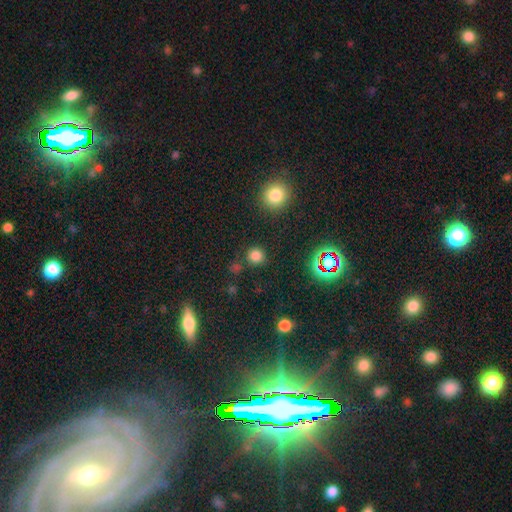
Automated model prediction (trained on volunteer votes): smooth-or-featured: smooth: 77% | star or artifact: 19% | featured or disk: 4%
  how-rounded: round: 92% | in between: 7% | cigar-shaped: 1%
  merging: none: 85% | minor disturbance: 8% | merger: 4% | major disturbance: 3%